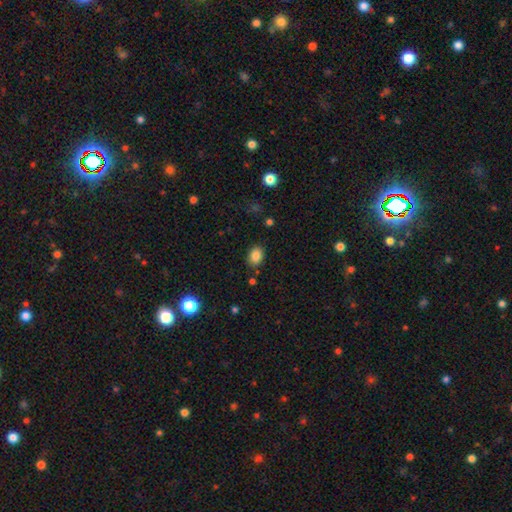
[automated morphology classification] Overall: smooth (85%). How rounded: in between (70%). Merging: none (84%).